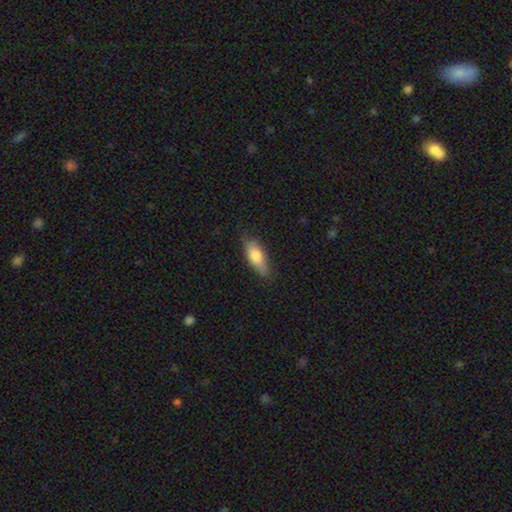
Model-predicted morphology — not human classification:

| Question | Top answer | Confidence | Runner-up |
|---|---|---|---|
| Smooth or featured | smooth | 75% | featured or disk (19%) |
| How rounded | in between | 66% | cigar-shaped (31%) |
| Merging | none | 77% | minor disturbance (18%) |